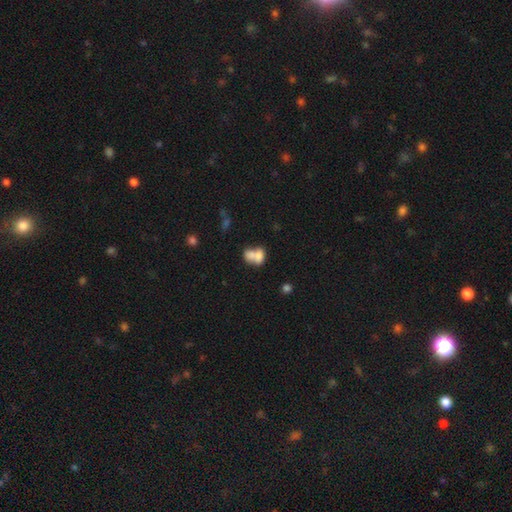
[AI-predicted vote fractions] Overall: smooth (70%). How rounded: in between (70%). Merging: merger (69%).